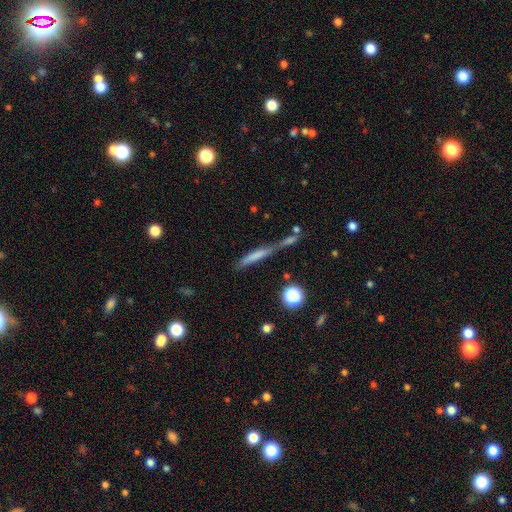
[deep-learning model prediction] Smooth or featured? smooth (58%)
How rounded? cigar-shaped (88%)
Merging? none (41%)